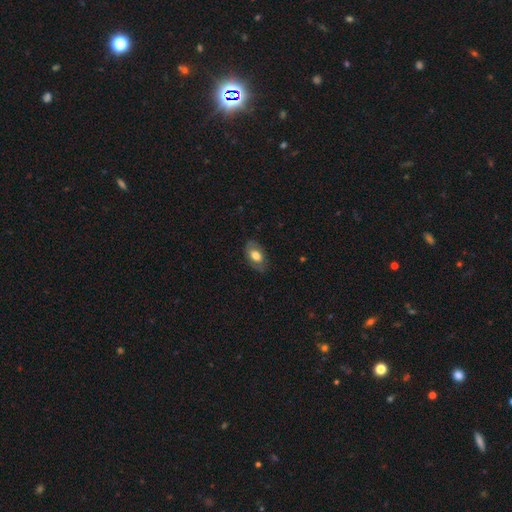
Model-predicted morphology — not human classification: type=smooth (63%); roundness=in between (89%); merging=none (76%).